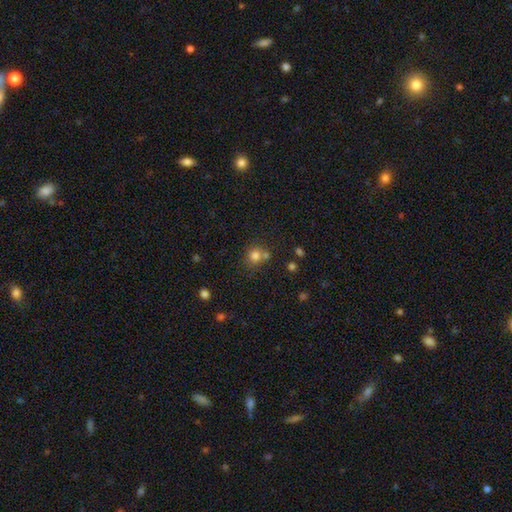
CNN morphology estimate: type=smooth (77%); roundness=round (82%); merging=none (57%).